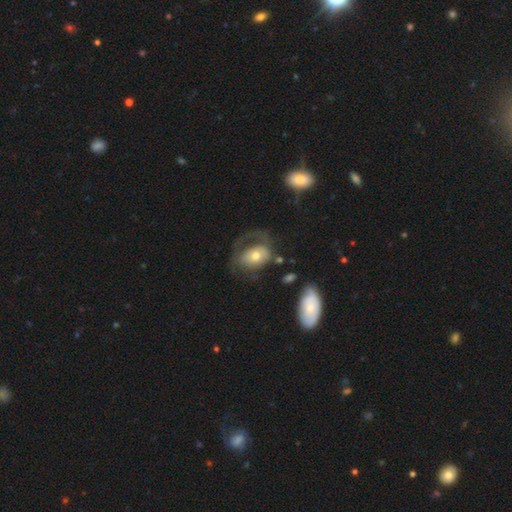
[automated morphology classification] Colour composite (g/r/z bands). It shows a smooth galaxy with no disk features (49%). Merging: major disturbance (48%).